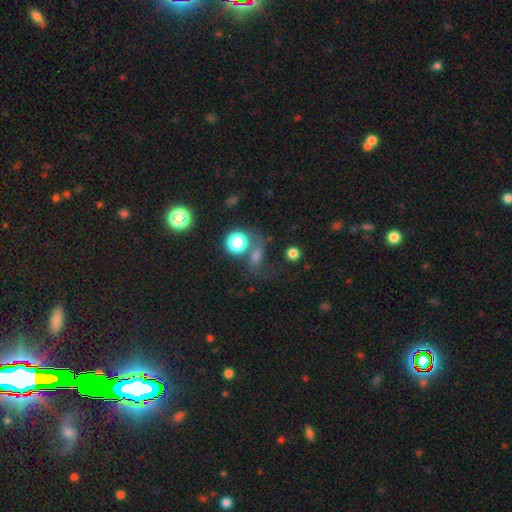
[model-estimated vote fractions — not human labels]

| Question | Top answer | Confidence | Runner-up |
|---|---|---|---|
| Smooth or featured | smooth | 58% | star or artifact (27%) |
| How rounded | round | 52% | in between (43%) |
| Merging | none | 52% | merger (19%) |